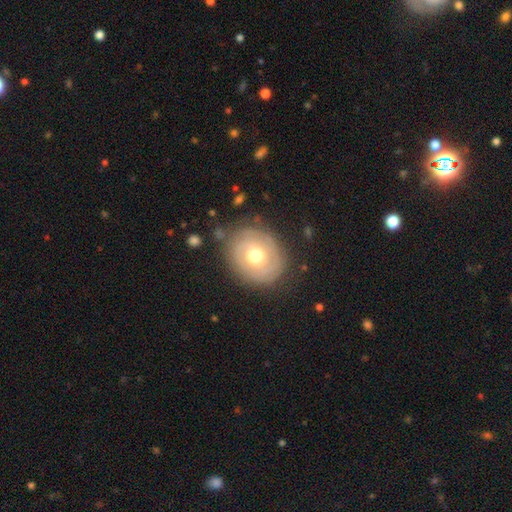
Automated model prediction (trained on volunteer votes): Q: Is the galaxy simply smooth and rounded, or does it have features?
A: featured or disk — 60%.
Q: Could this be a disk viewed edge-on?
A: no — 96%.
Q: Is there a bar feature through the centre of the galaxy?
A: no — 78%.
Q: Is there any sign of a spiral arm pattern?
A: yes — 72%.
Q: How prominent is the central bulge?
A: moderate — 76%.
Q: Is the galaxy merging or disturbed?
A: none — 79%.